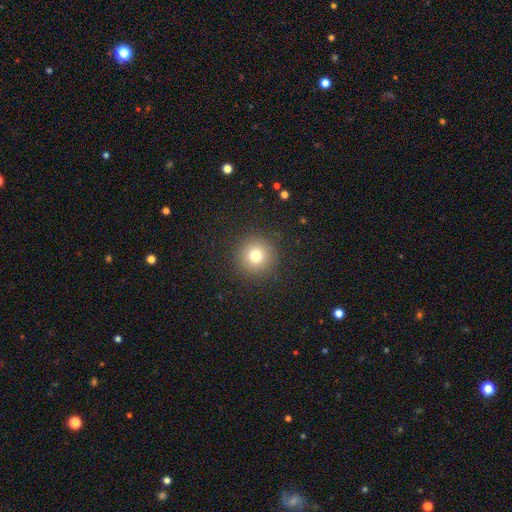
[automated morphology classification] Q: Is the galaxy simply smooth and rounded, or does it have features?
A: smooth — 76%.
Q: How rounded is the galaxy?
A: round — 96%.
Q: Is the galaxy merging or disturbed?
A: none — 91%.